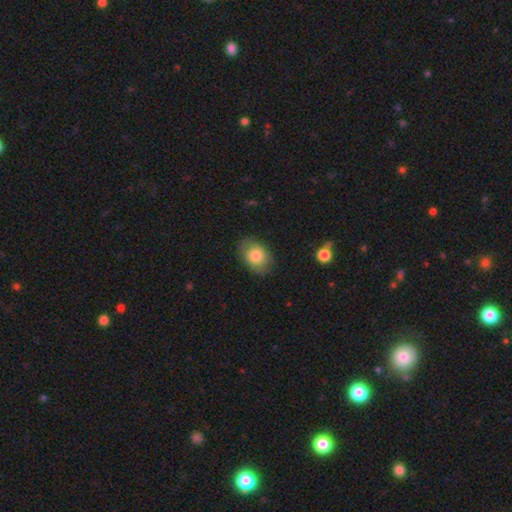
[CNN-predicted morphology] A smooth galaxy with no disk features (80%) that is in between round and cigar-shaped (76%). Merging: none (79%).